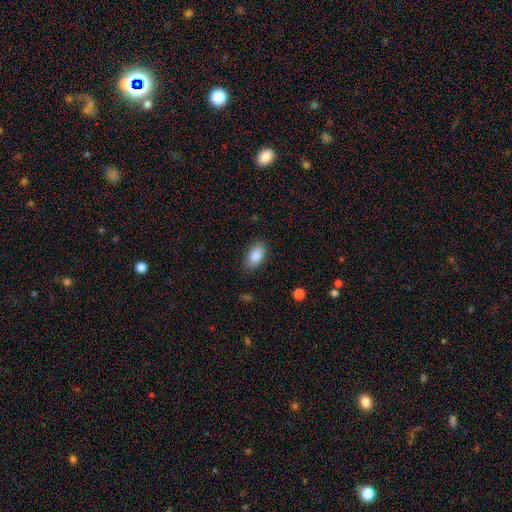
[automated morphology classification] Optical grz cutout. It shows a smooth galaxy with no disk features (86%) that is in between round and cigar-shaped (93%). Merging: none (85%).